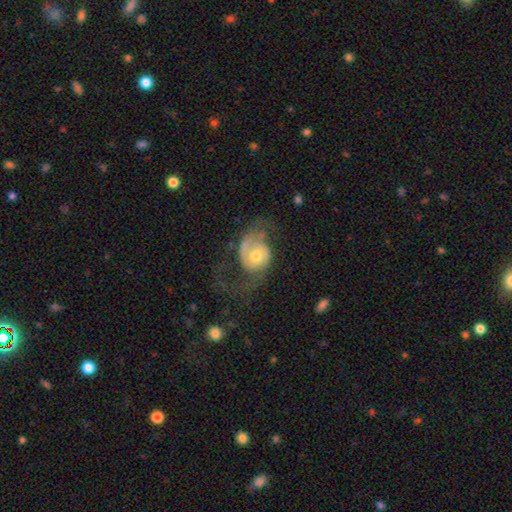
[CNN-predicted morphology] smooth_or_featured: featured or disk (p=0.69) [alt: smooth p=0.25]
disk_edge_on: no (p=0.97) [alt: yes p=0.03]
bar: no (p=0.73) [alt: weak p=0.22]
has_spiral_arms: yes (p=0.83) [alt: no p=0.17]
spiral_winding: loose (p=0.47) [alt: medium p=0.38]
spiral_arm_count: 2 (p=0.72) [alt: 1 p=0.16]
bulge_size: moderate (p=0.69) [alt: small p=0.20]
merging: major disturbance (p=0.40) [alt: none p=0.39]